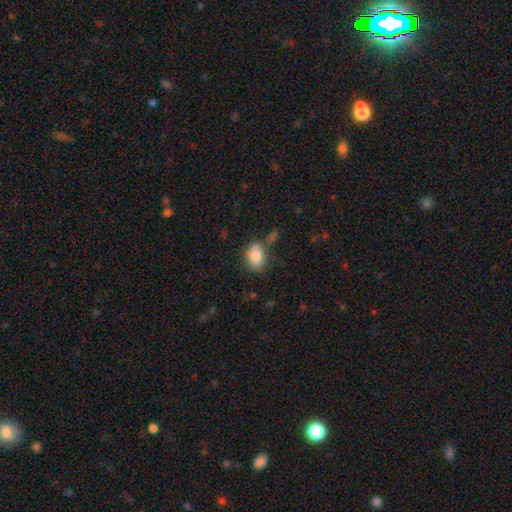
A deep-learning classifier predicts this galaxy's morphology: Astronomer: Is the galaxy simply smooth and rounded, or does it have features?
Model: smooth — 80%.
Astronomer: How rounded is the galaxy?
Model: in between — 75%.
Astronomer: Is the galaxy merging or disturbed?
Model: none — 66%.